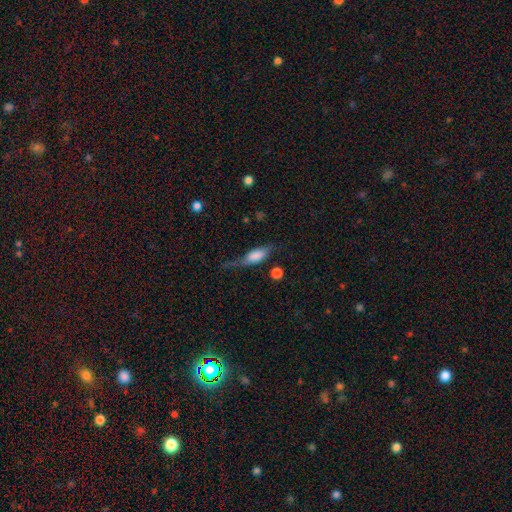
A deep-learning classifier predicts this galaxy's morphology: Smooth or featured: smooth — 58% (featured or disk — 34%)
How rounded: in between — 63% (cigar-shaped — 31%)
Merging: none — 41% (minor disturbance — 32%)